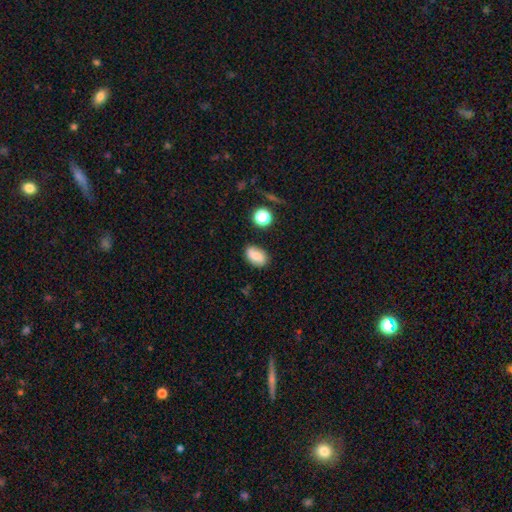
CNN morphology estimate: A smooth galaxy with no disk features (71%) that is in between round and cigar-shaped (85%). Merging: none (78%).